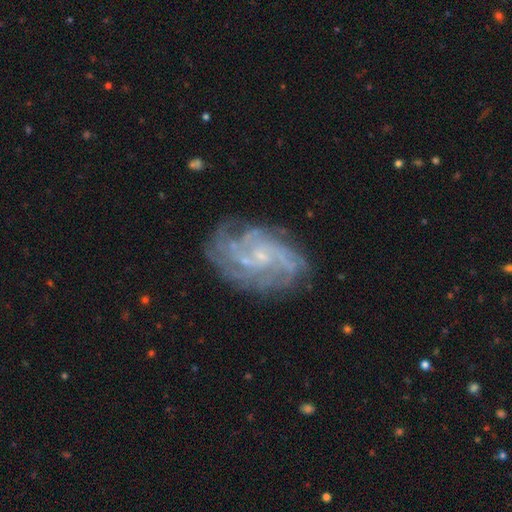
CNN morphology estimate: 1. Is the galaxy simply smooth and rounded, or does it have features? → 84% featured or disk, 8% smooth, 8% star or artifact.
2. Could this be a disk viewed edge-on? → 97% no, 3% yes.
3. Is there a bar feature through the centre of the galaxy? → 65% no, 29% weak, 6% strong.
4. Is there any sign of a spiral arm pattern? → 95% yes, 5% no.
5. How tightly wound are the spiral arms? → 55% tight, 35% medium, 10% loose.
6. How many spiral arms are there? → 30% can't tell, 23% 4, 15% 3, 12% 2, 12% more than 4, 7% 1.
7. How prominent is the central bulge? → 77% small, 14% moderate, 7% none, 1% large, 1% dominant.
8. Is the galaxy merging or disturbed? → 77% none, 15% minor disturbance, 7% major disturbance, 2% merger.